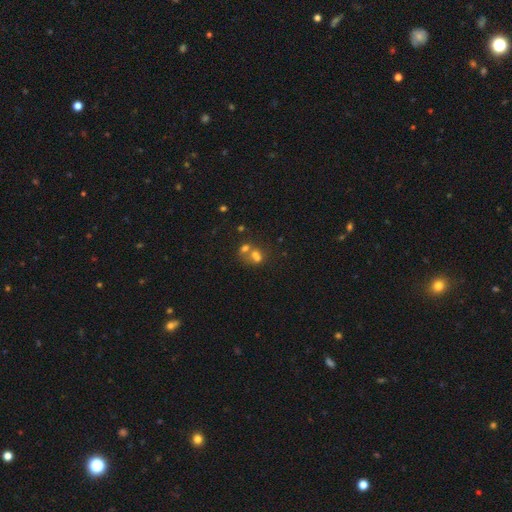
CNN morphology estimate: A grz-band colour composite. It shows a smooth galaxy with no disk features (60%) that is round (52%). Merging: merger (62%).